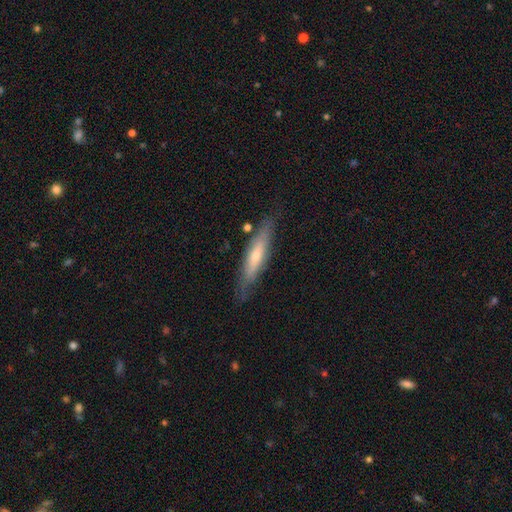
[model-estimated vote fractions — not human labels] featured or disk 50%, smooth 44%, star or artifact 6%. Down the decision tree: edge-on disk — yes (81%); merging — none (81%).